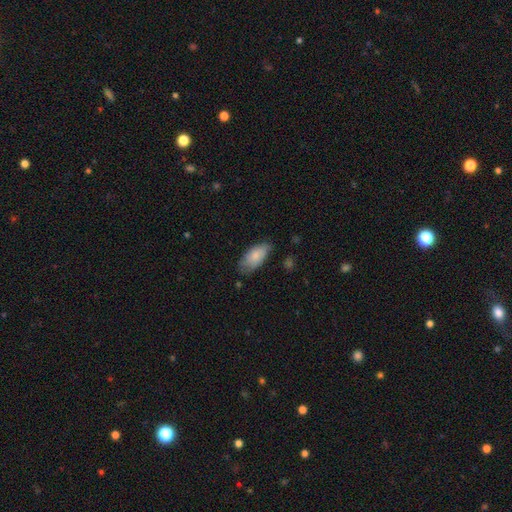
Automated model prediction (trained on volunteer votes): Smooth or featured? Predicted: smooth (p=0.78). How rounded? Predicted: in between (p=0.92). Merging? Predicted: none (p=0.63).